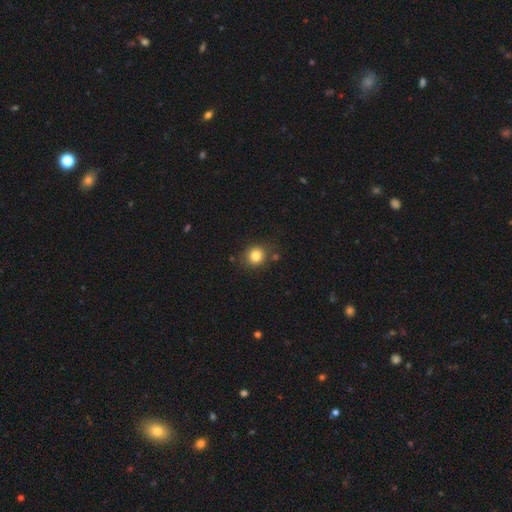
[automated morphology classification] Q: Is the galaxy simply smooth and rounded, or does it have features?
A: smooth — 82%.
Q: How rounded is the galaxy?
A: round — 85%.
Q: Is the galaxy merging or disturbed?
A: none — 81%.